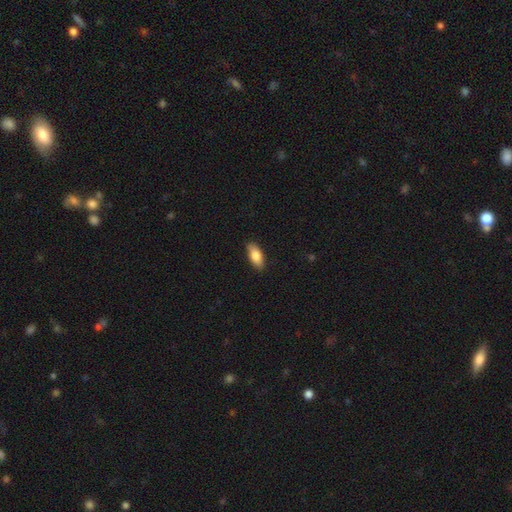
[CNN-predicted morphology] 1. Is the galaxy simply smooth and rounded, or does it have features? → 81% smooth, 13% featured or disk, 6% star or artifact.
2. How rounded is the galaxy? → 85% in between, 13% cigar-shaped, 3% round.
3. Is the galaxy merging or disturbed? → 87% none, 10% minor disturbance, 2% major disturbance, 1% merger.